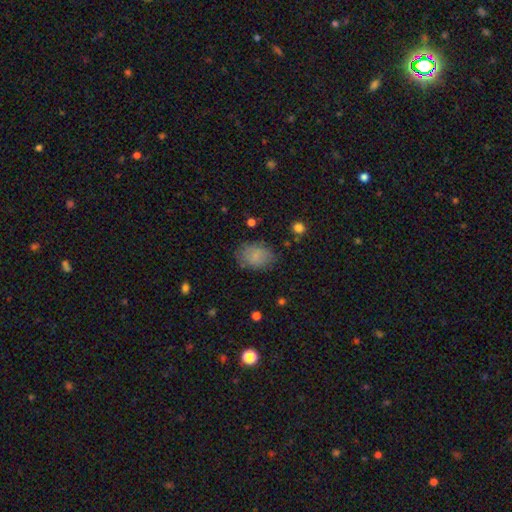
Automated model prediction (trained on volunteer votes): A smooth galaxy with no disk features (80%) that is in between round and cigar-shaped (80%).

Vote fractions:
- Smooth or featured? smooth: 80% / featured or disk: 11% / star or artifact: 9%
- How rounded? in between: 80% / round: 18% / cigar-shaped: 1%
- Merging? none: 77% / minor disturbance: 17% / major disturbance: 5% / merger: 1%